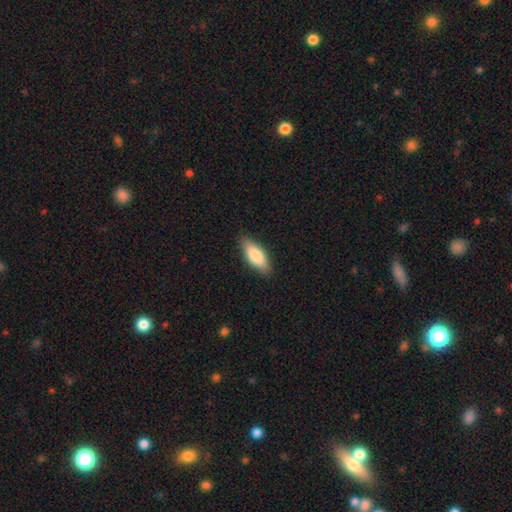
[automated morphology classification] A smooth galaxy with no disk features (81%) that is in between round and cigar-shaped (75%). Merging: none (85%).